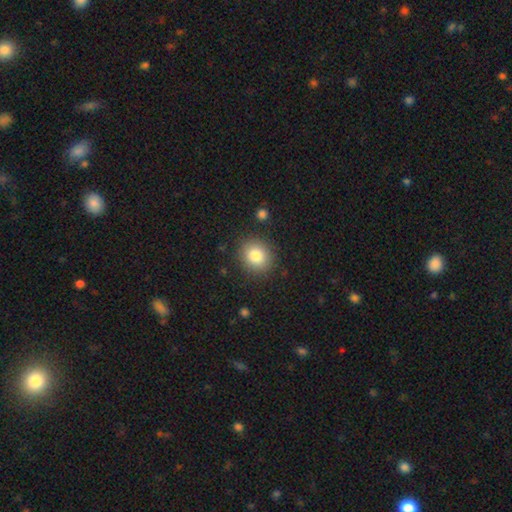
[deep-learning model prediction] Smooth or featured? Predicted: smooth (p=0.82). How rounded? Predicted: round (p=0.82). Merging? Predicted: none (p=0.88).